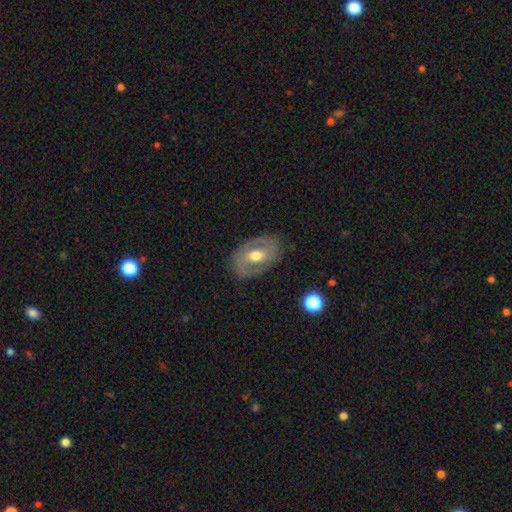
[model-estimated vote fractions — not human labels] Morphology: type=featured or disk (63%); edge-on=no (93%); bar=weak (40%); spiral arms=yes (50%, tied with no); bulge=moderate (74%); merging=none (78%).